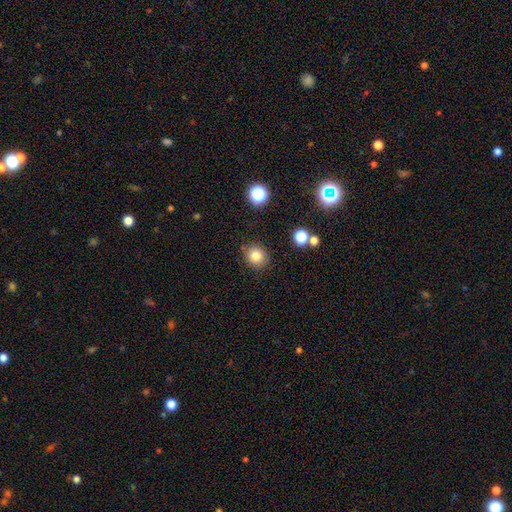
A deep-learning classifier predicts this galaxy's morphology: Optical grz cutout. It shows a smooth galaxy with no disk features (82%) that is round (84%). Merging: none (85%).